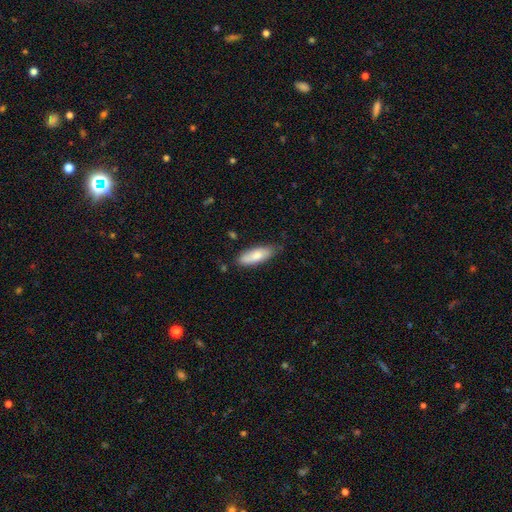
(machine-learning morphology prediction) smooth 80%, featured or disk 14%, star or artifact 6%. Down the decision tree: how rounded — in between (64%); merging — none (75%).